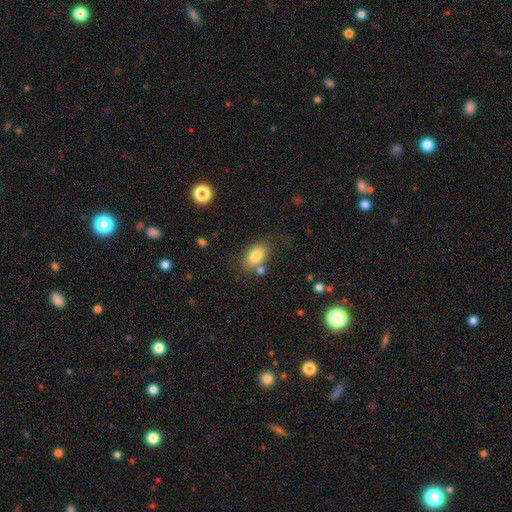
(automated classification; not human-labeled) smooth_or_featured: smooth (p=0.78) [alt: featured or disk p=0.13]
how_rounded: in between (p=0.86) [alt: round p=0.12]
merging: none (p=0.64) [alt: minor disturbance p=0.17]